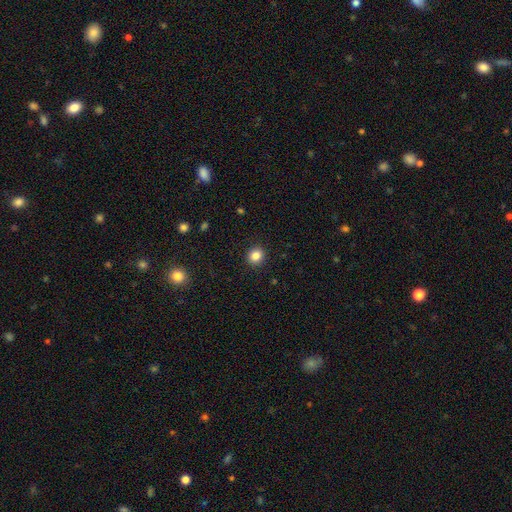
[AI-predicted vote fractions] The model was most divided on "how rounded": round: 84%, in between: 15%, cigar-shaped: 1%. More confident: merging — none (91%); smooth or featured — smooth (85%).